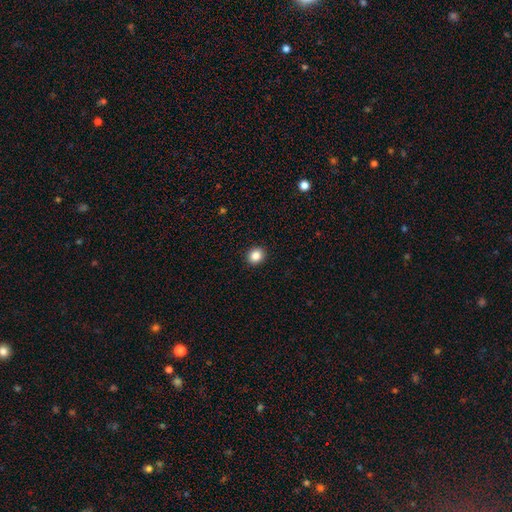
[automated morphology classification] Smooth or featured: smooth — 86% (star or artifact — 10%)
How rounded: round — 74% (in between — 25%)
Merging: none — 92% (minor disturbance — 5%)